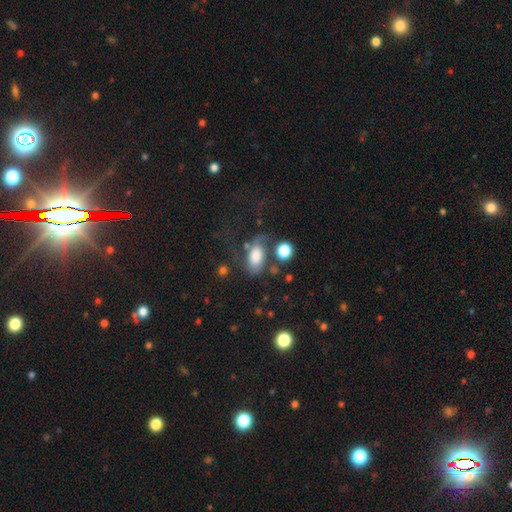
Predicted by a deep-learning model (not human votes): Q: Smooth or featured?
A: smooth (70%); runner-up: featured or disk (20%)
Q: How rounded?
A: in between (88%); runner-up: round (9%)
Q: Merging?
A: none (36%); runner-up: major disturbance (27%)